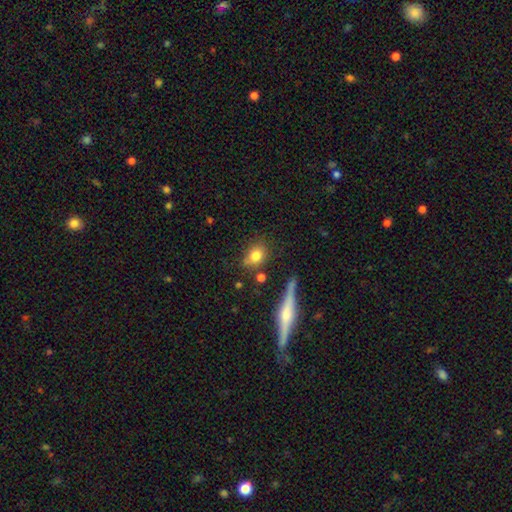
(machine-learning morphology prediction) Overall: smooth (77%). How rounded: in between (52%; round 43%). Merging: none (68%).